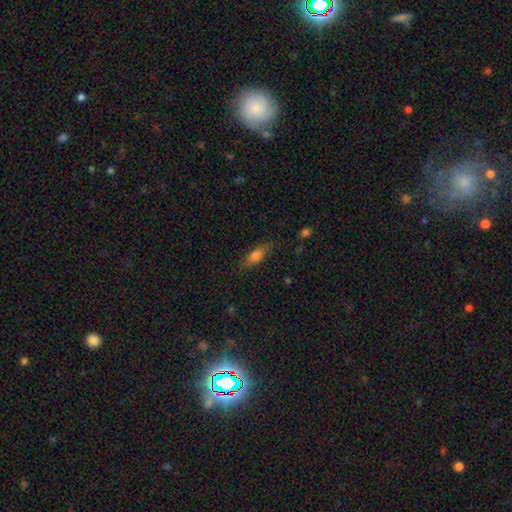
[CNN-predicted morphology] Smooth or featured? Predicted: smooth (p=0.71). How rounded? Predicted: in between (p=0.58). Merging? Predicted: none (p=0.79).